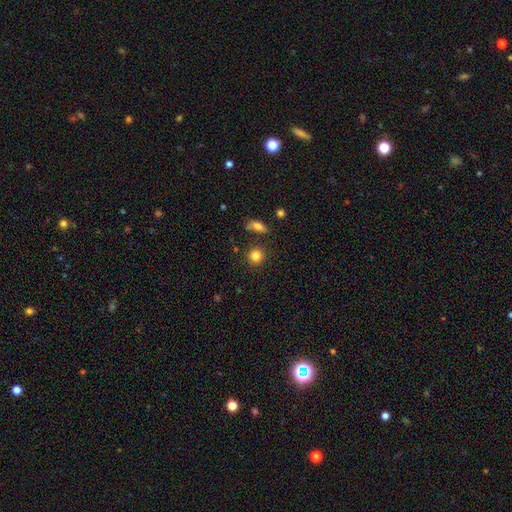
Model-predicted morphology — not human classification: Q: Smooth or featured?
A: smooth (84%); runner-up: star or artifact (10%)
Q: How rounded?
A: round (89%); runner-up: in between (10%)
Q: Merging?
A: none (83%); runner-up: minor disturbance (9%)